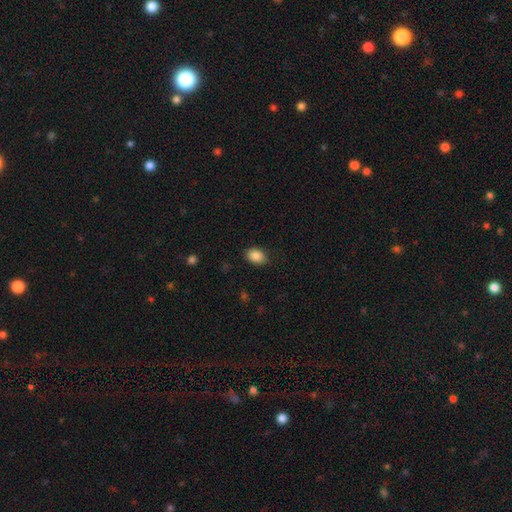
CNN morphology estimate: smooth 89%, star or artifact 8%, featured or disk 3%. Down the decision tree: how rounded — in between (76%); merging — none (84%).